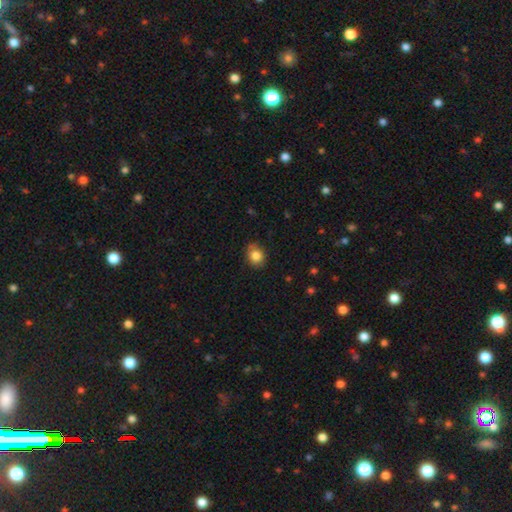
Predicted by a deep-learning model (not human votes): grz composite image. It shows a smooth galaxy with no disk features (83%) that is round (61%). Merging: none (79%).